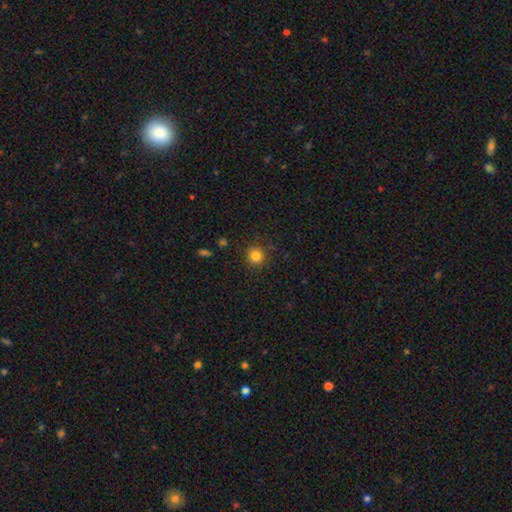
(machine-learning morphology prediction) A smooth galaxy with no disk features (83%) that is round (92%). Merging: none (89%).